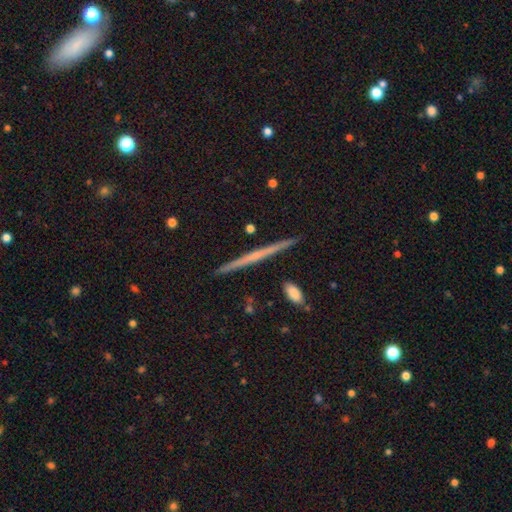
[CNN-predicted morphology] This appears to be a featured or disk galaxy (65%) viewed edge-on (98%) with no central bulge (75%). Merging: none (92%).